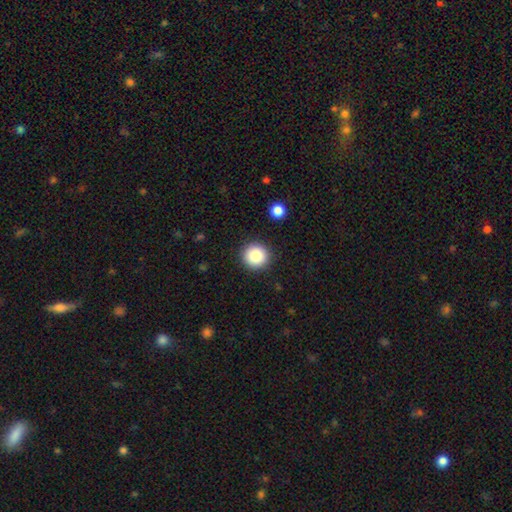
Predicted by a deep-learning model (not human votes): Smooth or featured? smooth (85%)
How rounded? round (95%)
Merging? none (91%)